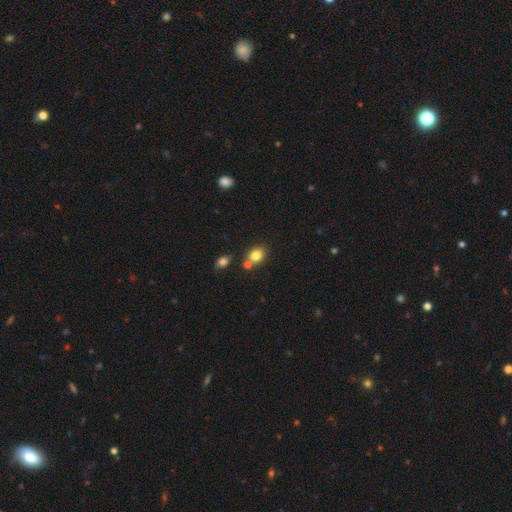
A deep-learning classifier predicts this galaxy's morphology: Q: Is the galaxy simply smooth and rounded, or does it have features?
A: smooth — 81%.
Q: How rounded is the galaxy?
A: round — 56%.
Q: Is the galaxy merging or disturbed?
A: none — 62%.